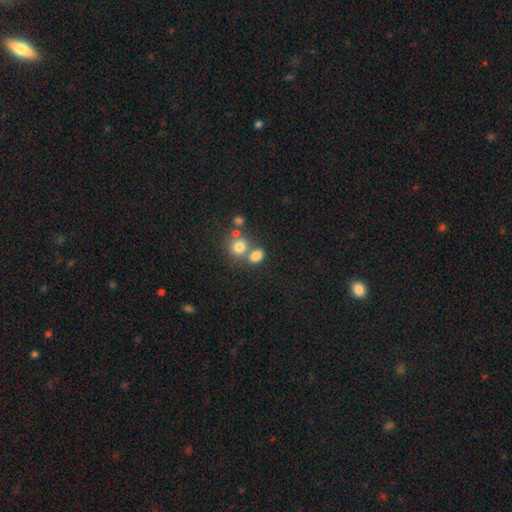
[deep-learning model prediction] Q: Smooth or featured?
A: smooth (79%); runner-up: star or artifact (12%)
Q: How rounded?
A: in between (57%); runner-up: round (42%)
Q: Merging?
A: none (45%); runner-up: merger (40%)